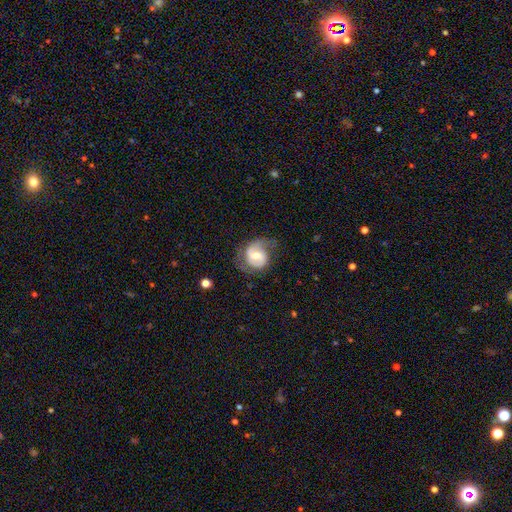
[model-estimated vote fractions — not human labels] smooth_or_featured: featured or disk (p=0.67) [alt: smooth p=0.26]
disk_edge_on: no (p=0.97) [alt: yes p=0.03]
bar: weak (p=0.49) [alt: no p=0.30]
has_spiral_arms: yes (p=0.84) [alt: no p=0.16]
spiral_winding: medium (p=0.45) [alt: tight p=0.28]
spiral_arm_count: 2 (p=0.71) [alt: 1 p=0.16]
bulge_size: moderate (p=0.67) [alt: small p=0.22]
merging: none (p=0.57) [alt: minor disturbance p=0.26]